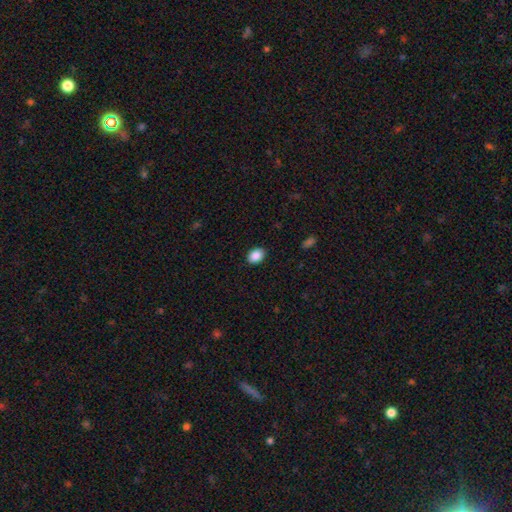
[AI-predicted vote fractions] This is clearly a smooth galaxy (89%). How rounded: likely in between (72%). Merging: clearly none (89%).